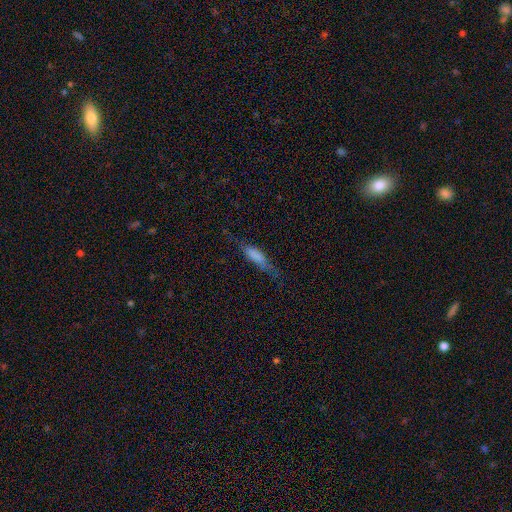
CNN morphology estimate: A smooth galaxy with no disk features (66%) that is cigar-shaped (65%).

Vote fractions:
- Smooth or featured? smooth: 66% / featured or disk: 26% / star or artifact: 8%
- How rounded? cigar-shaped: 65% / in between: 33% / round: 2%
- Merging? none: 61% / minor disturbance: 26% / major disturbance: 11% / merger: 2%